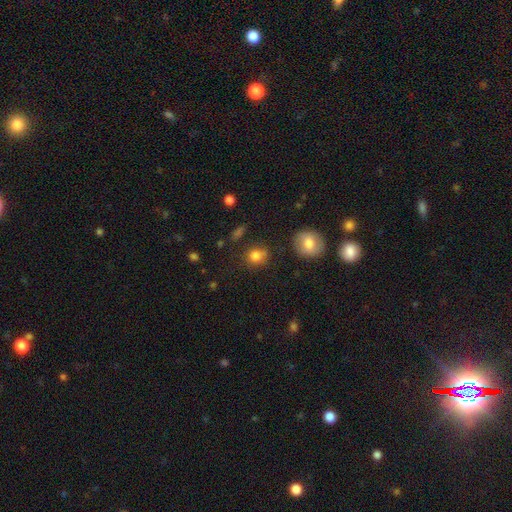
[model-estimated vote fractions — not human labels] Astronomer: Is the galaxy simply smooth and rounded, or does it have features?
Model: smooth — 81%.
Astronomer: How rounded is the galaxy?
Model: round — 66%.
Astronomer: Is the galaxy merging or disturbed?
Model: none — 70%.